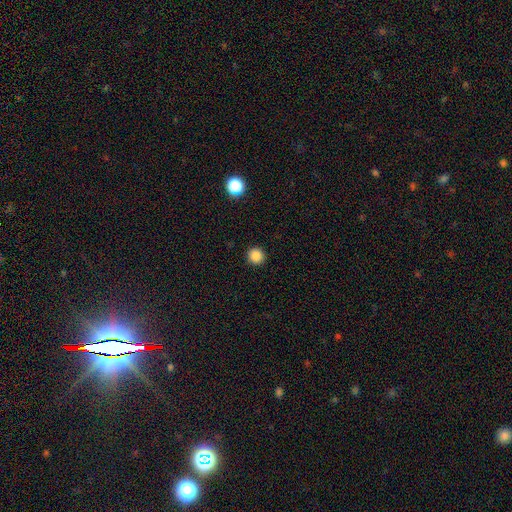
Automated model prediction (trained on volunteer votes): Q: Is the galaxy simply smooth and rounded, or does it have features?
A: smooth — 86%.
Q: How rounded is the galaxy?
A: round — 94%.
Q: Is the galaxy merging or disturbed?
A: none — 93%.